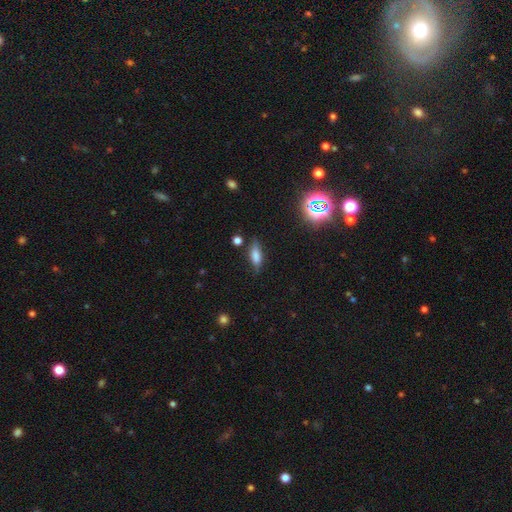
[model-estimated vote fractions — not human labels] smooth_or_featured: smooth (p=0.64) [alt: featured or disk p=0.24]
how_rounded: in between (p=0.61) [alt: cigar-shaped p=0.36]
merging: none (p=0.72) [alt: minor disturbance p=0.20]